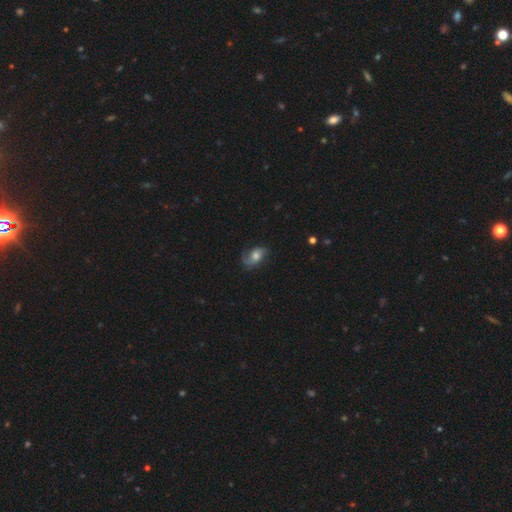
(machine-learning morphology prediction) A featured or disk galaxy (65%) with no bar (66%), 2 (70%) loose (48%) spiral arms (92%) and a moderate central bulge (58%).

Vote fractions:
- Smooth or featured? featured or disk: 65% / smooth: 27% / star or artifact: 8%
- Edge-on disk? no: 96% / yes: 4%
- Bar? no: 66% / weak: 28% / strong: 6%
- Spiral arms? yes: 92% / no: 8%
- Spiral winding? loose: 48% / medium: 37% / tight: 15%
- Spiral arm count? 2: 70% / 1: 21% / can't tell: 6% / 3: 2% / 4: 1% / more than 4: 1%
- Bulge size? moderate: 58% / large: 18% / small: 18% / none: 3% / dominant: 2%
- Merging? none: 65% / minor disturbance: 22% / major disturbance: 12% / merger: 2%